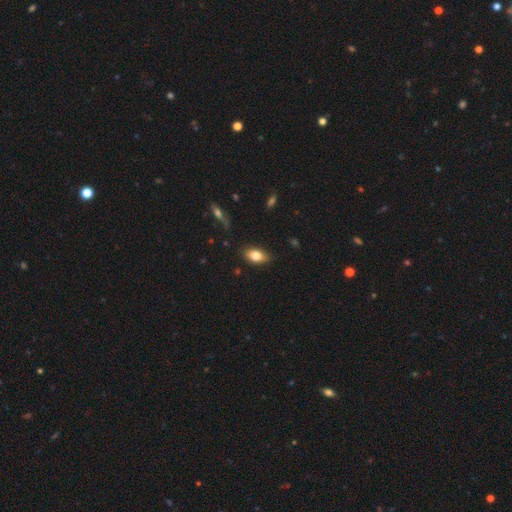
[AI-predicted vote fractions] Q: Smooth or featured?
A: smooth (78%); runner-up: featured or disk (14%)
Q: How rounded?
A: in between (86%); runner-up: round (9%)
Q: Merging?
A: none (80%); runner-up: minor disturbance (16%)